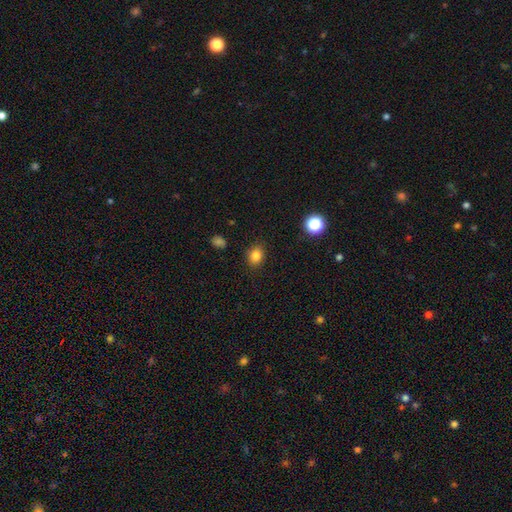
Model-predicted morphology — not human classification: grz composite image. It shows a smooth galaxy with no disk features (83%) that is round (52%). Merging: none (86%).